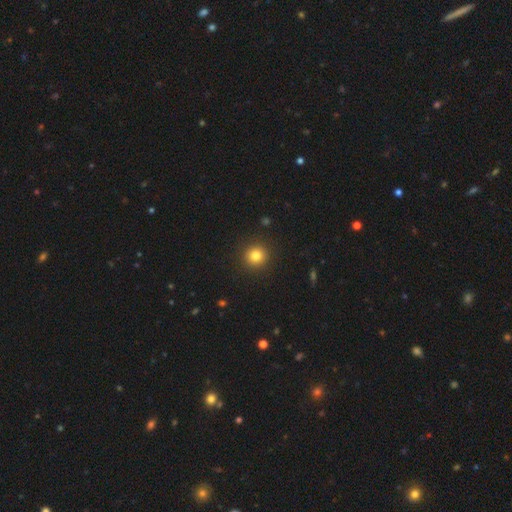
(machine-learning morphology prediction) The model was most divided on "smooth or featured": smooth: 82%, star or artifact: 12%, featured or disk: 6%. More confident: how rounded — round (93%); merging — none (92%).